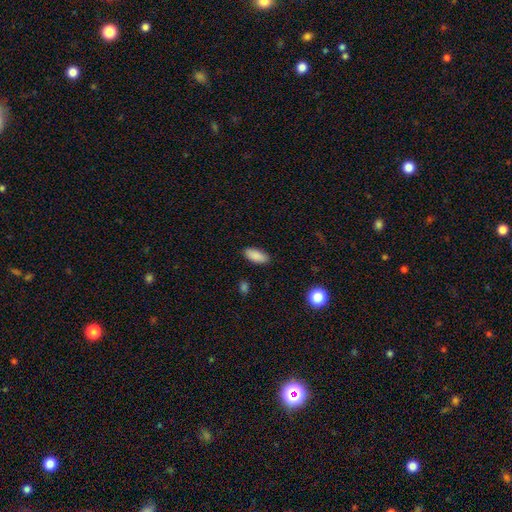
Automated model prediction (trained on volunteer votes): smooth-or-featured: smooth: 89% | star or artifact: 7% | featured or disk: 4%
  how-rounded: in between: 86% | cigar-shaped: 11% | round: 2%
  merging: none: 87% | minor disturbance: 9% | major disturbance: 2% | merger: 1%